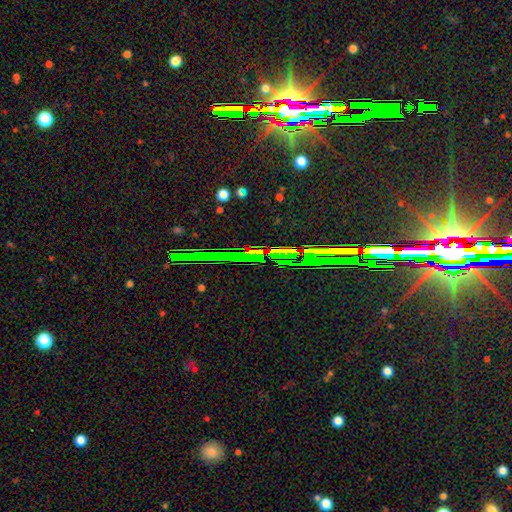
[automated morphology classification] Smooth or featured: star or artifact — 83% (featured or disk — 10%)